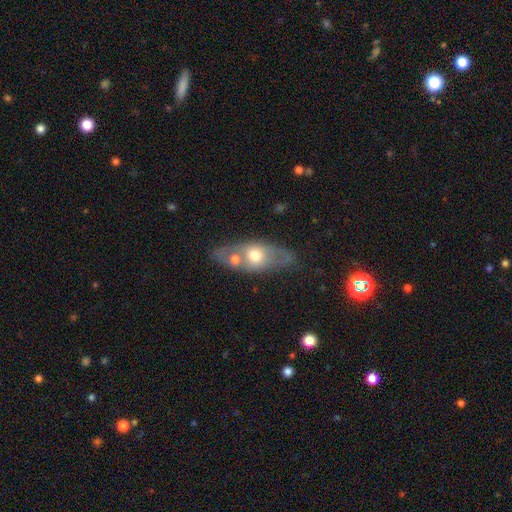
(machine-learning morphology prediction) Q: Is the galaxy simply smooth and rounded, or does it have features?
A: smooth — 48%.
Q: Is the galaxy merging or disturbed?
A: none — 58%.